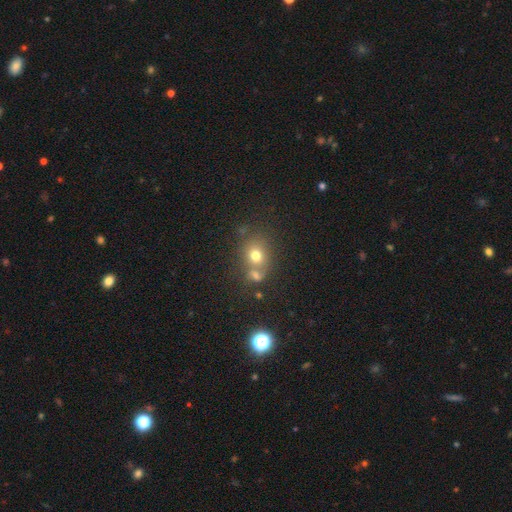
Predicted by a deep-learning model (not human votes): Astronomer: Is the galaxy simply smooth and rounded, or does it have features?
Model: smooth — 71%.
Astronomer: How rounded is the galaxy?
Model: round — 68%.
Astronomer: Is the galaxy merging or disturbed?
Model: none — 52% (runner-up: merger, 31%).